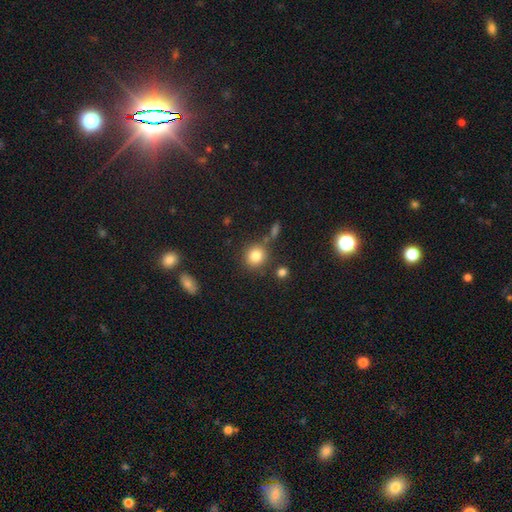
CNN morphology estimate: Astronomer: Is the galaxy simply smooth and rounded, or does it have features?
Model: smooth — 82%.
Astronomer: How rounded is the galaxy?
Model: round — 86%.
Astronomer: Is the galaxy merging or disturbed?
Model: none — 79%.